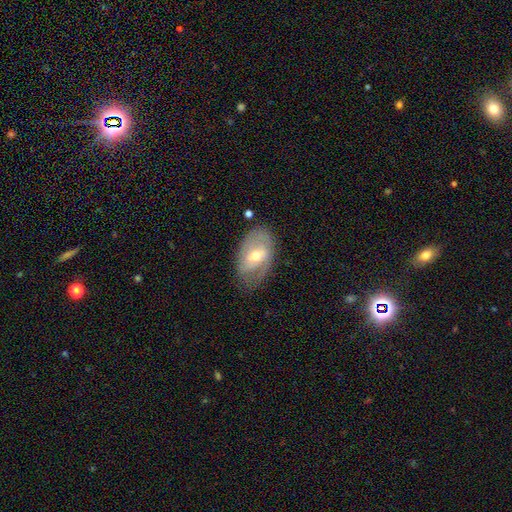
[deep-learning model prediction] smooth_or_featured: featured or disk (p=0.62) [alt: smooth p=0.31]
disk_edge_on: no (p=0.93) [alt: yes p=0.07]
bar: weak (p=0.47) [alt: no p=0.33]
has_spiral_arms: yes (p=0.70) [alt: no p=0.30]
bulge_size: moderate (p=0.62) [alt: small p=0.33]
merging: none (p=0.67) [alt: minor disturbance p=0.23]